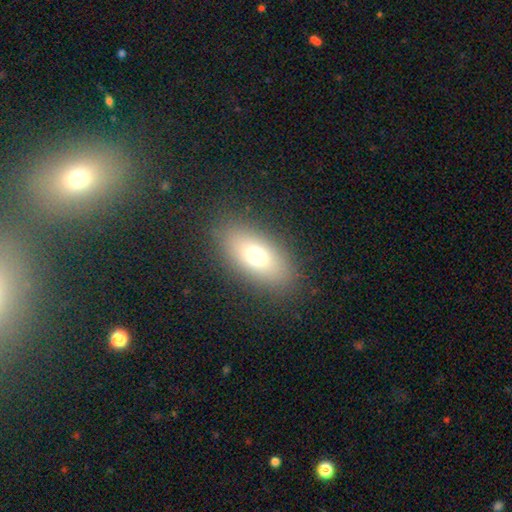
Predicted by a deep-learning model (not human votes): This is likely a smooth galaxy (71%). How rounded: clearly in between (85%). Merging: clearly none (86%).